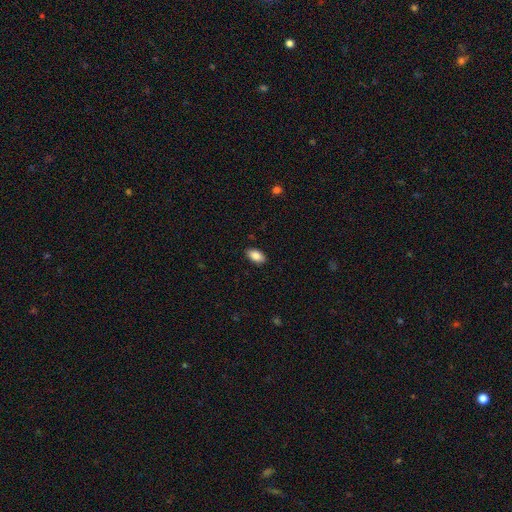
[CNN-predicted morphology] A smooth galaxy with no disk features (87%) that is in between round and cigar-shaped (93%). Merging: none (89%).